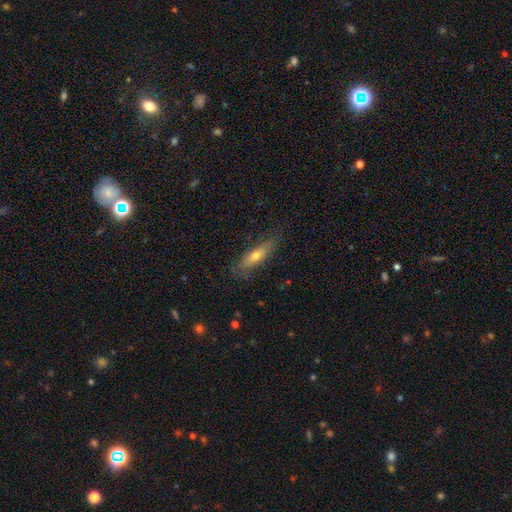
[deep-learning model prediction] Q: Smooth or featured?
A: smooth (54%); runner-up: featured or disk (39%)
Q: How rounded?
A: cigar-shaped (64%); runner-up: in between (33%)
Q: Merging?
A: none (77%); runner-up: minor disturbance (17%)